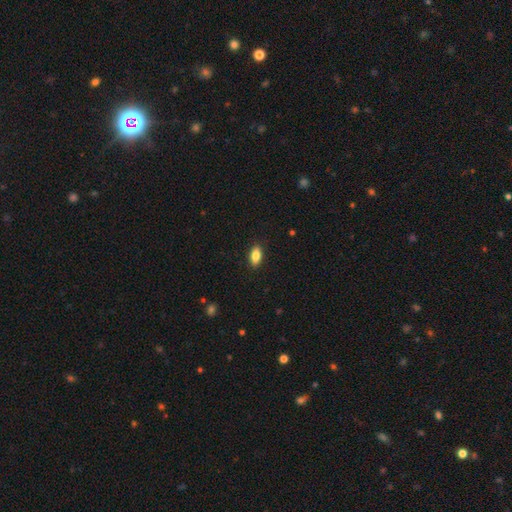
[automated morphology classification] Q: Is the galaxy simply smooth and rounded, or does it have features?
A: smooth — 85%.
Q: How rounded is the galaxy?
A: in between — 89%.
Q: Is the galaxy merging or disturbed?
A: none — 89%.